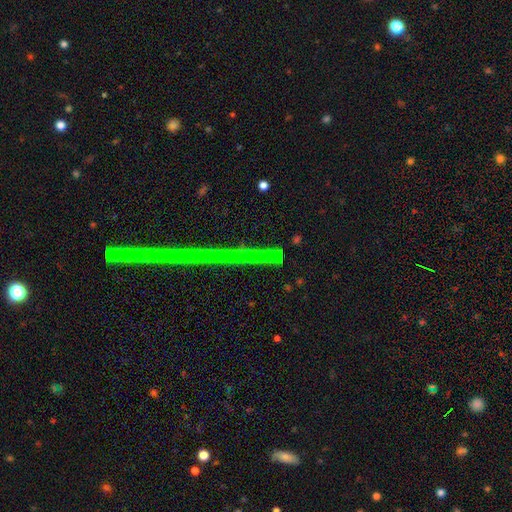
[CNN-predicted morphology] Smooth or featured?
  - star or artifact: 77% *
  - featured or disk: 14%
  - smooth: 9%